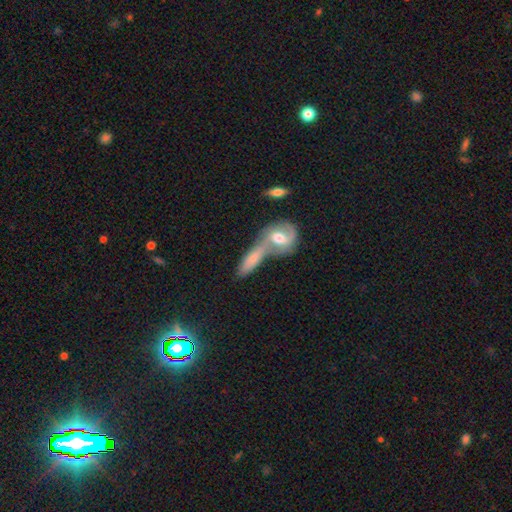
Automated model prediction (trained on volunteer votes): A featured or disk galaxy (47%). Merging: merger (54%).